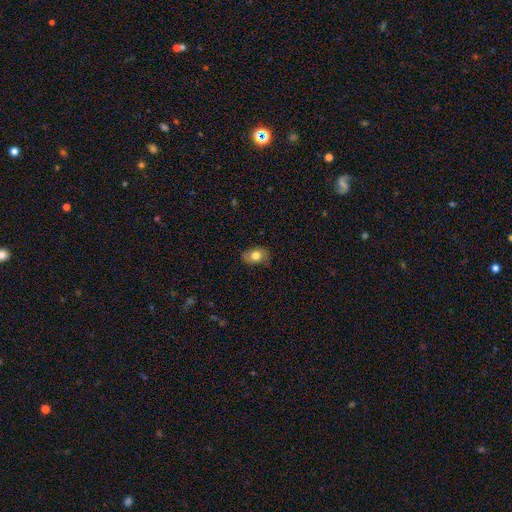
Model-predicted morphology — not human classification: smooth_or_featured: smooth (p=0.76) [alt: featured or disk p=0.16]
how_rounded: in between (p=0.79) [alt: round p=0.19]
merging: none (p=0.77) [alt: minor disturbance p=0.18]